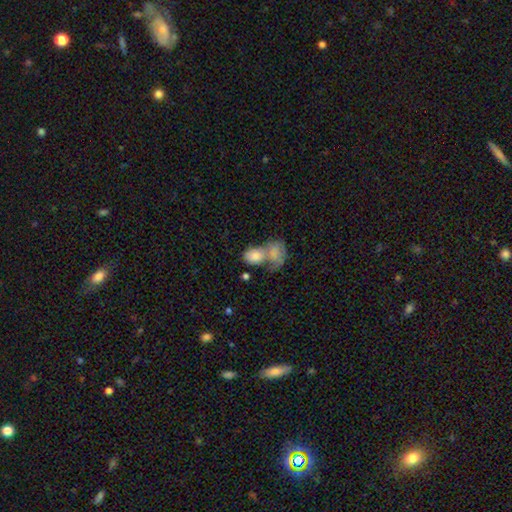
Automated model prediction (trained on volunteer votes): smooth 74%, featured or disk 19%, star or artifact 7%. Down the decision tree: how rounded — in between (76%); merging — merger (67%).